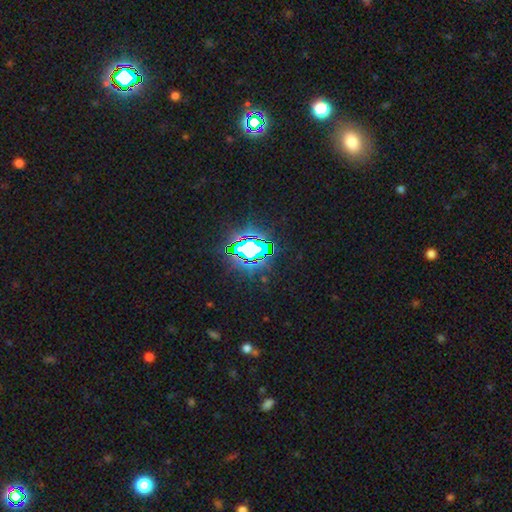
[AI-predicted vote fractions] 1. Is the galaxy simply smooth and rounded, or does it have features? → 78% star or artifact, 12% smooth, 9% featured or disk.